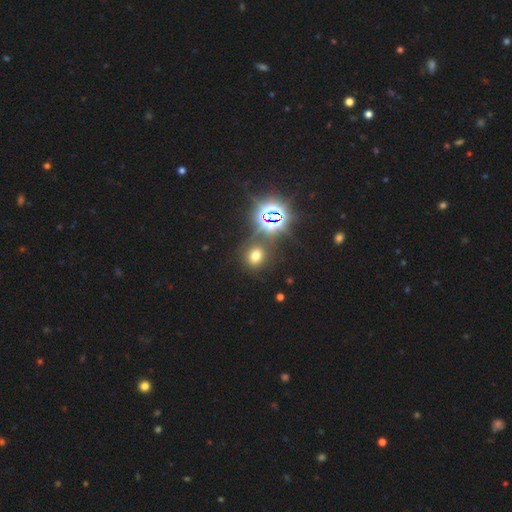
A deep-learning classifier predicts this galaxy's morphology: smooth_or_featured: smooth (p=0.57) [alt: star or artifact p=0.35]
how_rounded: round (p=0.64) [alt: in between p=0.35]
merging: none (p=0.79) [alt: minor disturbance p=0.10]